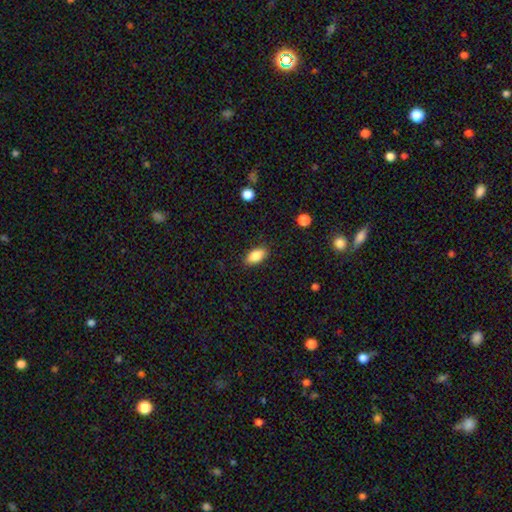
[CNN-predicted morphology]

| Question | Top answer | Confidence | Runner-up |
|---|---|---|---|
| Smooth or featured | smooth | 87% | star or artifact (7%) |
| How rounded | in between | 91% | cigar-shaped (5%) |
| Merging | none | 87% | minor disturbance (9%) |